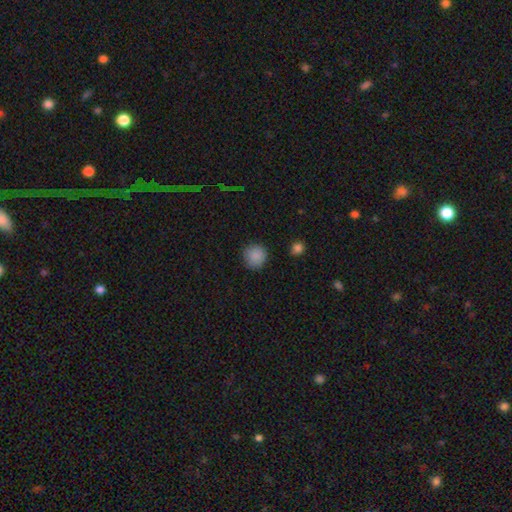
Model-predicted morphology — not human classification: type=smooth (88%); roundness=round (93%); merging=none (88%).